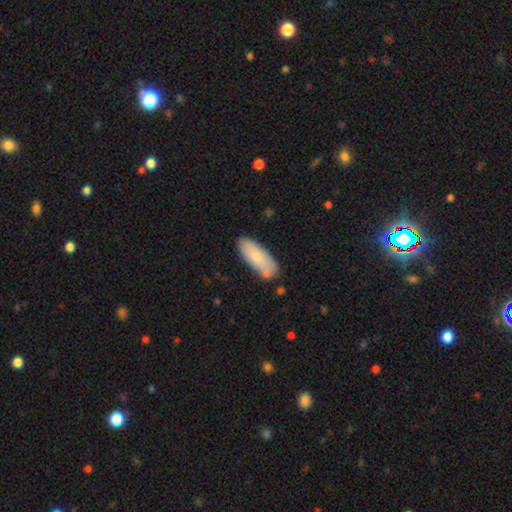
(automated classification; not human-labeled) Overall: smooth (72%). How rounded: in between (70%). Merging: none (77%).